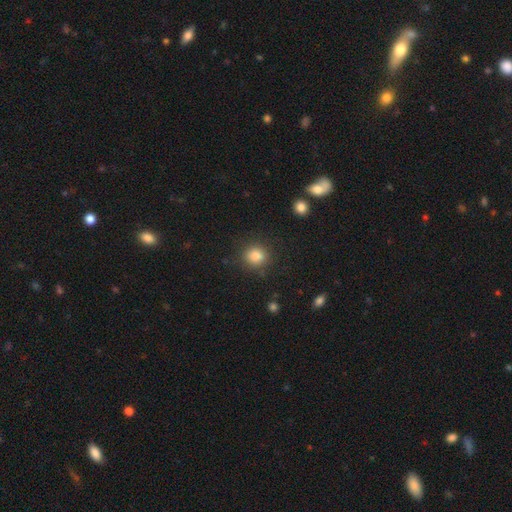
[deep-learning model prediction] Morphology: type=smooth (84%); roundness=round (83%); merging=none (85%).